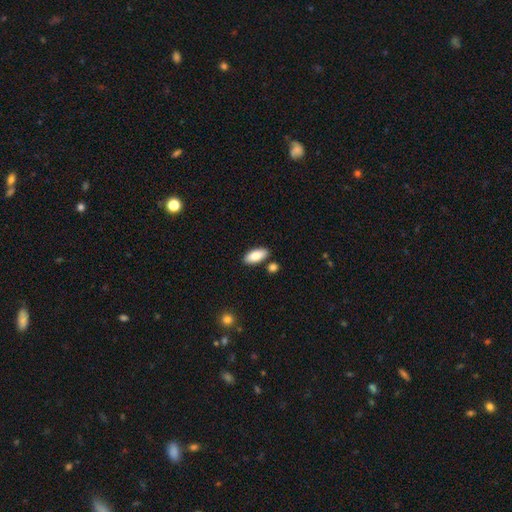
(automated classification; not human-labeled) Overall: smooth (82%). How rounded: in between (88%). Merging: none (84%).